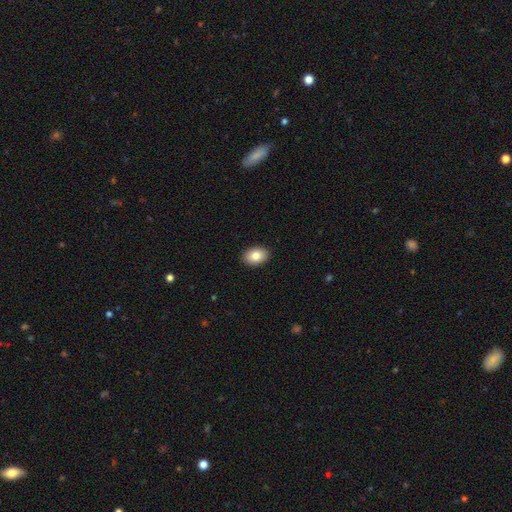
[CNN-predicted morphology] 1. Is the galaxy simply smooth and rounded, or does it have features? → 83% smooth, 9% featured or disk, 7% star or artifact.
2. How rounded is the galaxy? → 82% in between, 17% round, 1% cigar-shaped.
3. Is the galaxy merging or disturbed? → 91% none, 6% minor disturbance, 2% major disturbance, 1% merger.